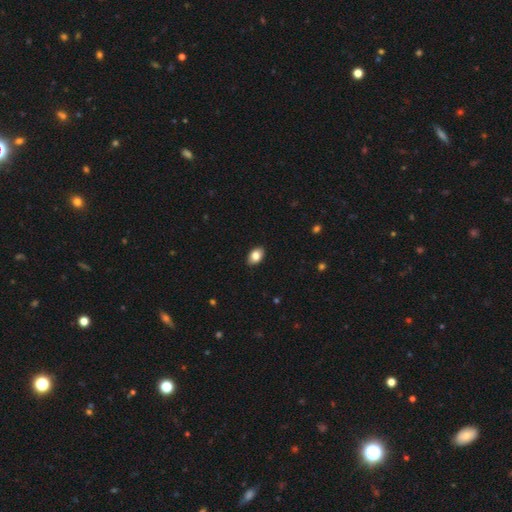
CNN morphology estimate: This is clearly a smooth galaxy (84%). How rounded: clearly in between (86%). Merging: clearly none (87%).